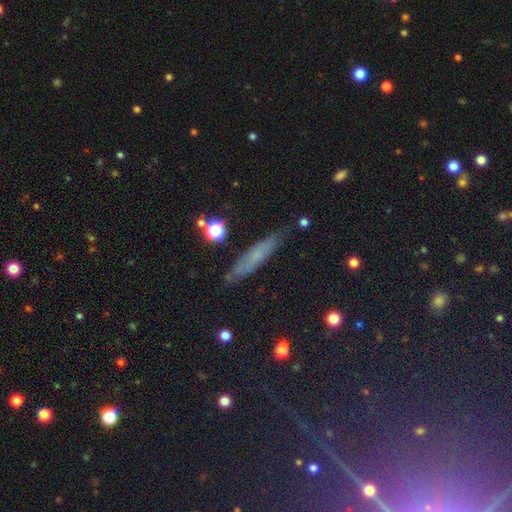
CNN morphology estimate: Smooth or featured? Predicted: smooth (p=0.54). How rounded? Predicted: cigar-shaped (p=0.84). Merging? Predicted: none (p=0.83).